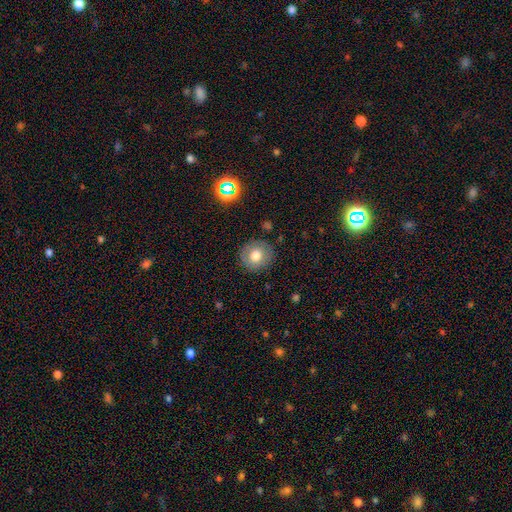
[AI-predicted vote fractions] Overall: smooth (74%). How rounded: round (85%). Merging: none (87%).